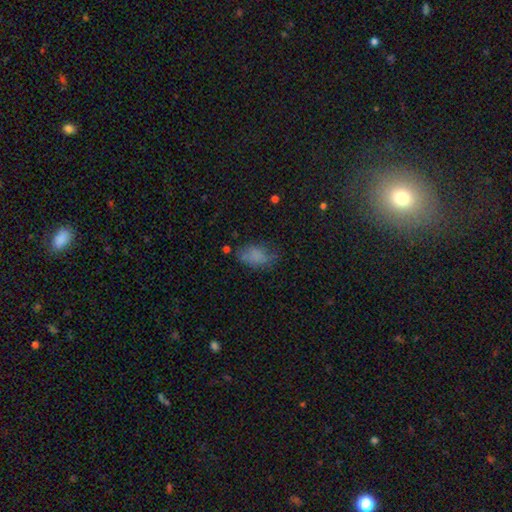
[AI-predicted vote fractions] The model was most divided on "merging": none: 54%, minor disturbance: 29%, major disturbance: 14%, merger: 3%. More confident: how rounded — in between (89%); smooth or featured — smooth (74%).